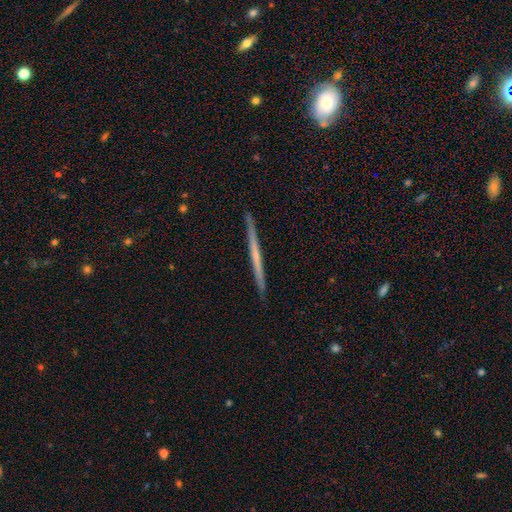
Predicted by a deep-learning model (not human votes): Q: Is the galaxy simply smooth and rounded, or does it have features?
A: featured or disk — 60%.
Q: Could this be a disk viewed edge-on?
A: yes — 98%.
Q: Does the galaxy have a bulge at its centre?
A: none — 83%.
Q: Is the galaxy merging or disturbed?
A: none — 92%.